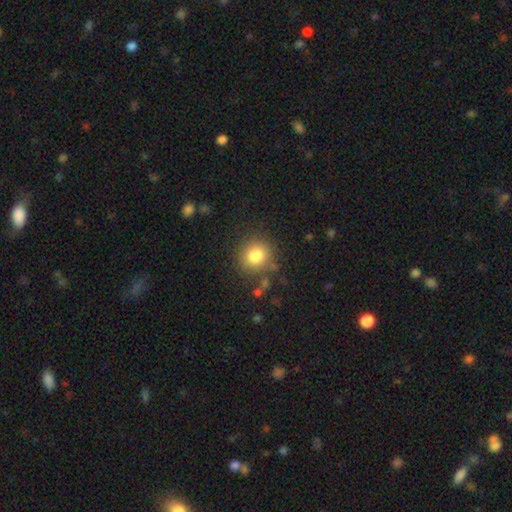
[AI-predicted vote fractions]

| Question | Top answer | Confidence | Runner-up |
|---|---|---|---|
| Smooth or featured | smooth | 82% | star or artifact (11%) |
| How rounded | round | 84% | in between (15%) |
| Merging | none | 81% | minor disturbance (11%) |